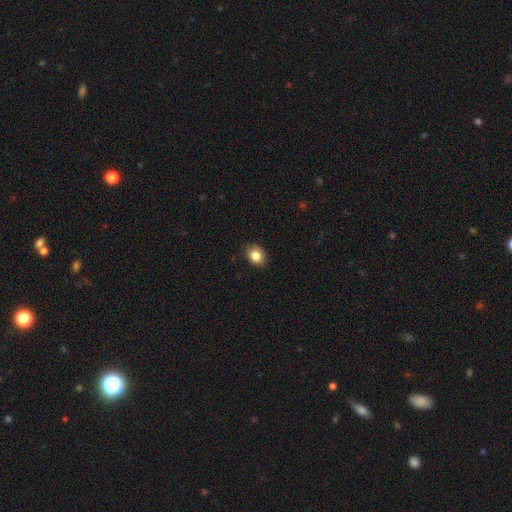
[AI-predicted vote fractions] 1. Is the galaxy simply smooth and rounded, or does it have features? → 84% smooth, 9% star or artifact, 7% featured or disk.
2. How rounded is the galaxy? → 53% in between, 46% round, 1% cigar-shaped.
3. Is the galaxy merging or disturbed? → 84% none, 13% minor disturbance, 2% major disturbance, 1% merger.